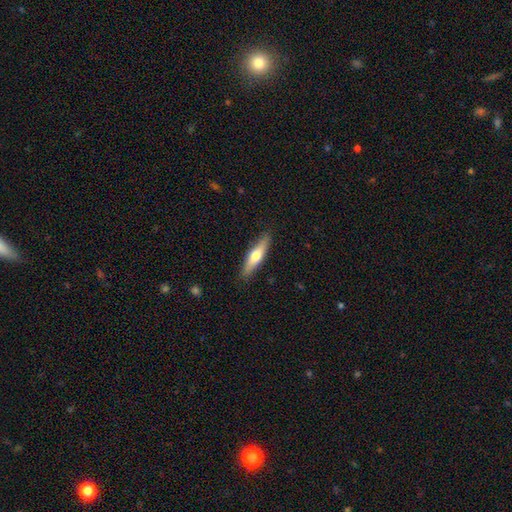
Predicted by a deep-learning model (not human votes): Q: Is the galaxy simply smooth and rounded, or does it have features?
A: smooth — 54%.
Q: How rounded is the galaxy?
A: cigar-shaped — 76%.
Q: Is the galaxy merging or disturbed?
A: none — 88%.